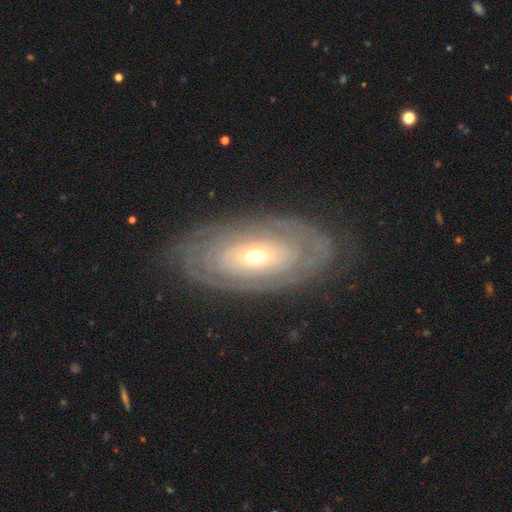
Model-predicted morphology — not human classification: This appears to be a featured or disk galaxy (77%) with no bar (77%), spiral arms (68%) and a moderate central bulge (51%). Merging: none (81%).